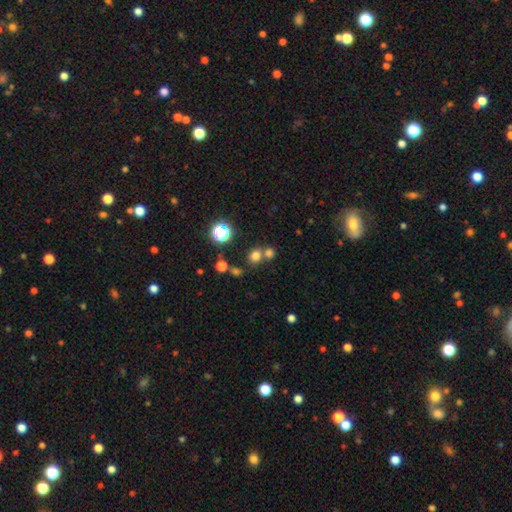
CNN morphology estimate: This is likely a smooth galaxy (71%). How rounded: likely round (79%). Merging: possibly none (59%).